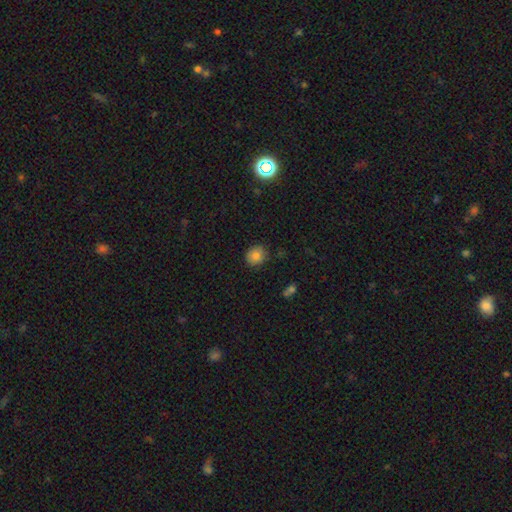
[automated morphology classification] smooth 83%, star or artifact 11%, featured or disk 7%. Down the decision tree: how rounded — round (80%); merging — none (85%).